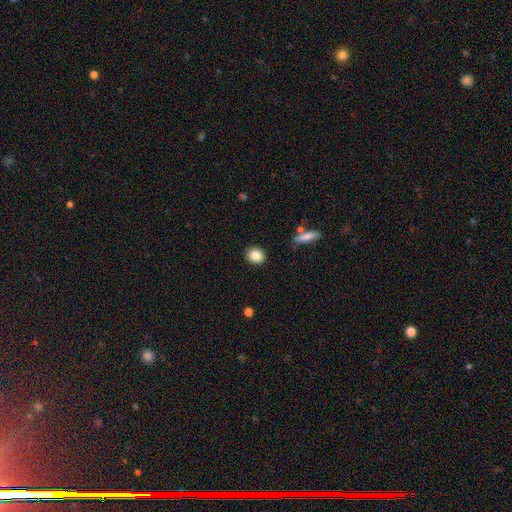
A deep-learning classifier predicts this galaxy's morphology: Smooth or featured? Predicted: smooth (p=0.84). How rounded? Predicted: round (p=0.71). Merging? Predicted: none (p=0.90).